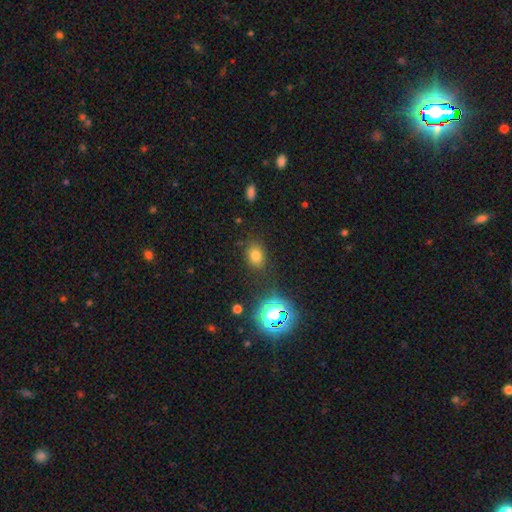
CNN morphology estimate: smooth_or_featured: smooth (p=0.72) [alt: star or artifact p=0.20]
how_rounded: in between (p=0.59) [alt: round p=0.40]
merging: none (p=0.83) [alt: minor disturbance p=0.11]